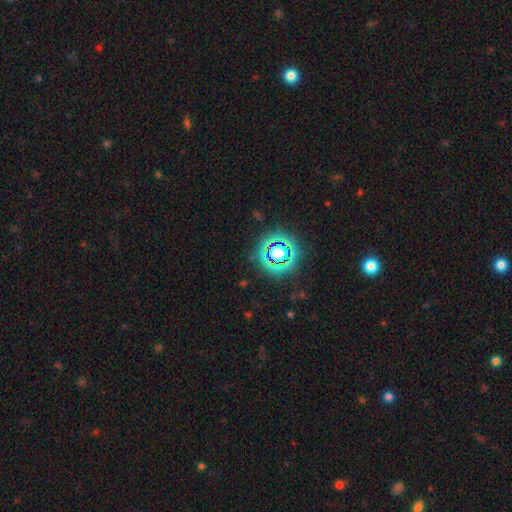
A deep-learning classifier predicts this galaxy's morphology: type=star or artifact (75%).